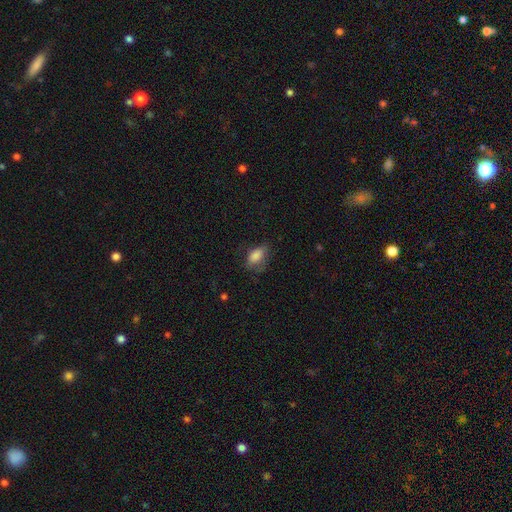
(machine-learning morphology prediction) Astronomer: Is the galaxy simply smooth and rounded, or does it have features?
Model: smooth — 80%.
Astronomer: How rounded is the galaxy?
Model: in between — 87%.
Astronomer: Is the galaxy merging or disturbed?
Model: none — 52% (runner-up: minor disturbance, 30%).